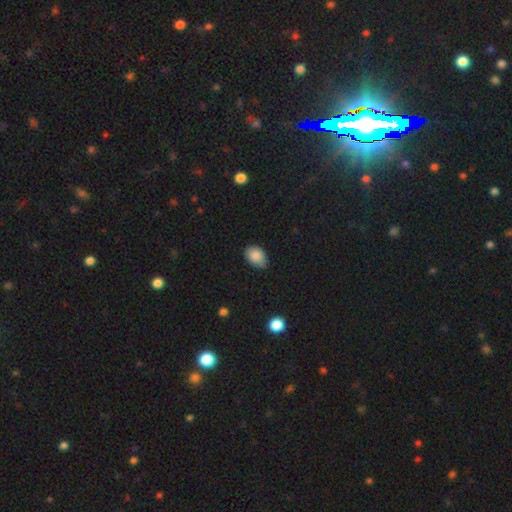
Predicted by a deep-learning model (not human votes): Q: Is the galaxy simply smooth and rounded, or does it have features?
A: smooth — 87%.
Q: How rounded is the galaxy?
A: in between — 83%.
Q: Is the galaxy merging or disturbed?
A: none — 71%.